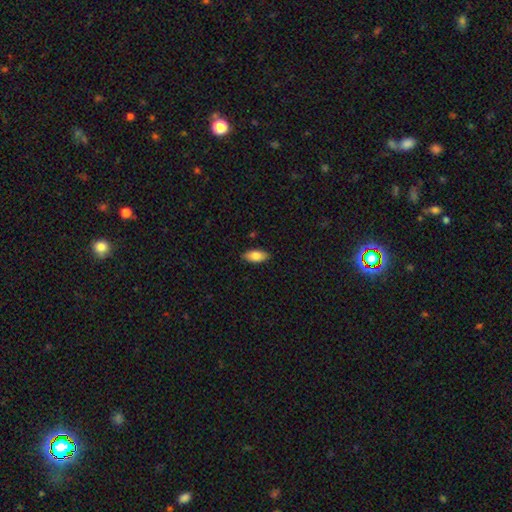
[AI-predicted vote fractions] Morphology: type=smooth (83%); roundness=in between (91%); merging=none (87%).